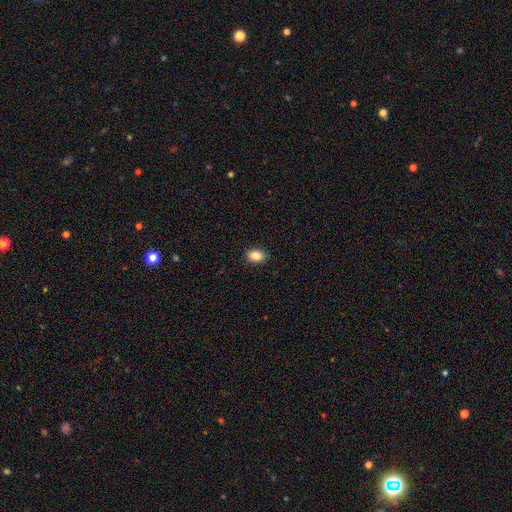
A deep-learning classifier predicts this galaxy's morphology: A smooth galaxy with no disk features (87%) that is in between round and cigar-shaped (81%). Merging: none (89%).